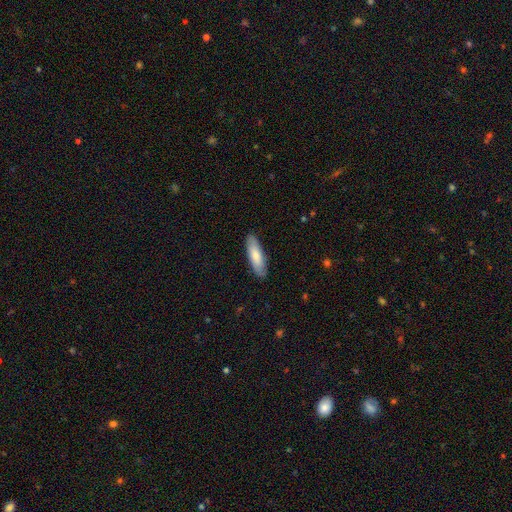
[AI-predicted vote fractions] A smooth galaxy with no disk features (75%) that is cigar-shaped (53%). Merging: none (88%).